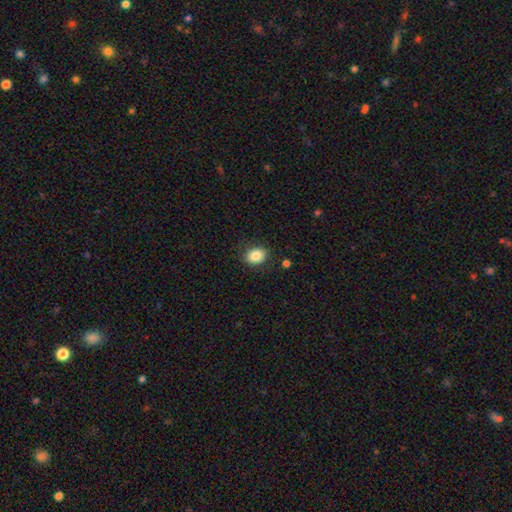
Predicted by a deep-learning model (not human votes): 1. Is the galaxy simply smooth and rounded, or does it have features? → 85% smooth, 9% star or artifact, 6% featured or disk.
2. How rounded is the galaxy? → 58% in between, 41% round, 1% cigar-shaped.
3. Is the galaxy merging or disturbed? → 86% none, 10% minor disturbance, 3% major disturbance, 2% merger.